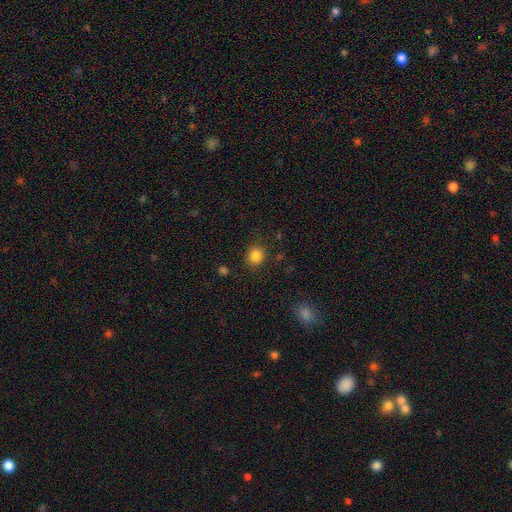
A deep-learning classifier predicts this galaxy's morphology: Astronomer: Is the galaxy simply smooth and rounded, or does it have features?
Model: smooth — 84%.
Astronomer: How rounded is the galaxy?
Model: round — 73%.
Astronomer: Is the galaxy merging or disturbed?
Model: none — 83%.